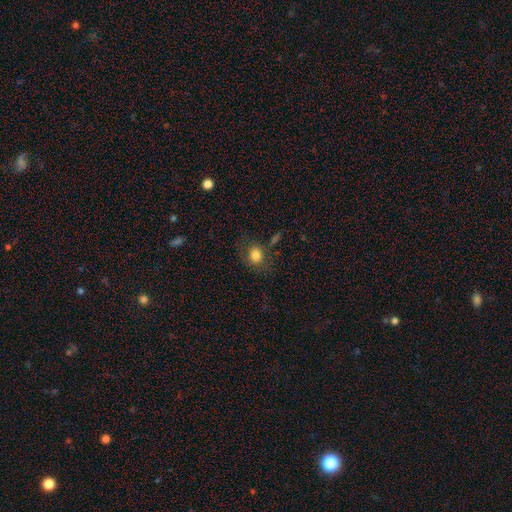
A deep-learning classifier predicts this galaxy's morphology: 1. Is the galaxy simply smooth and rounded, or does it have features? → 81% smooth, 11% star or artifact, 9% featured or disk.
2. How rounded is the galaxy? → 66% round, 33% in between, 1% cigar-shaped.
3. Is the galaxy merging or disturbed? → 72% none, 16% minor disturbance, 7% major disturbance, 6% merger.